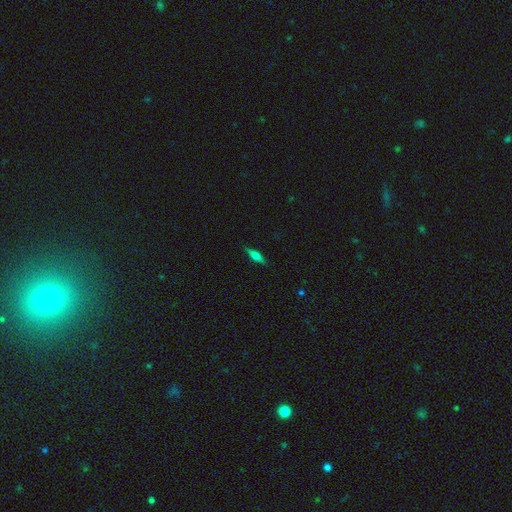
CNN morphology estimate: Overall: featured or disk (59%; smooth 33%). Edge-on disk: yes (96%). Edge-on bulge: rounded (88%). Merging: none (88%).